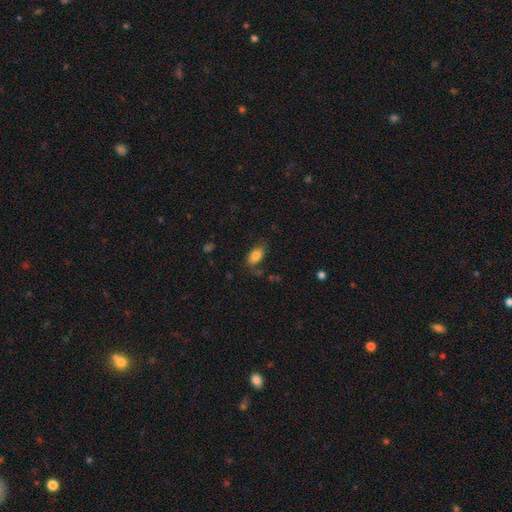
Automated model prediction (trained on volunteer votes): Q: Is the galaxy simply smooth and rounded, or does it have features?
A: smooth — 83%.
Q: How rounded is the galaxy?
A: in between — 91%.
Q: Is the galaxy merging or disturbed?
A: none — 71%.